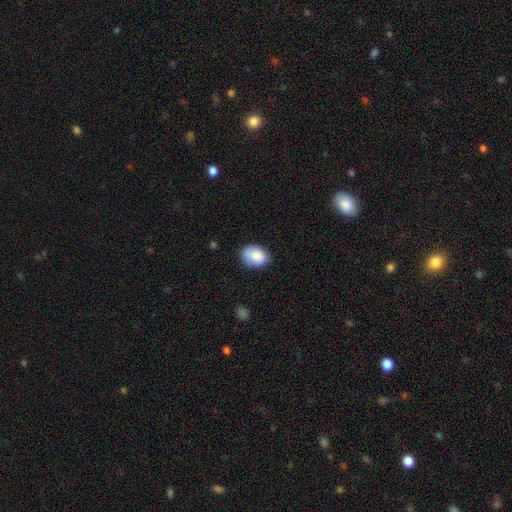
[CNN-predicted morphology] Overall: smooth (86%). How rounded: in between (82%). Merging: none (77%).